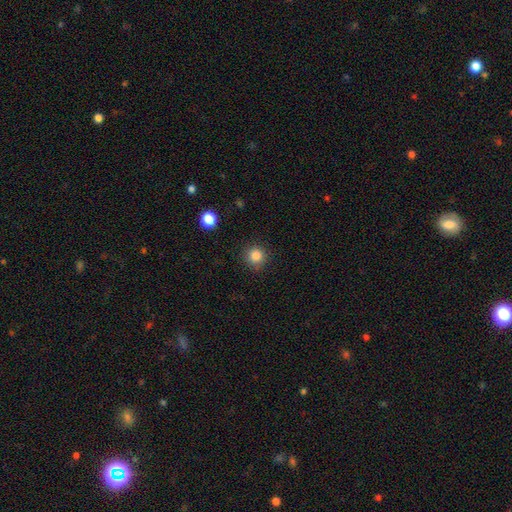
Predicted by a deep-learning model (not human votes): Morphology: type=smooth (84%); roundness=round (94%); merging=none (89%).